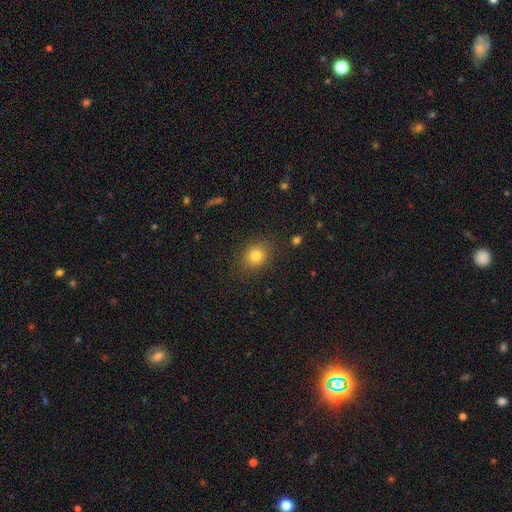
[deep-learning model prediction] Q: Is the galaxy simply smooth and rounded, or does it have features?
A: smooth — 82%.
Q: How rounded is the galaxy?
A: round — 67%.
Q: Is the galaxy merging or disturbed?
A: none — 86%.